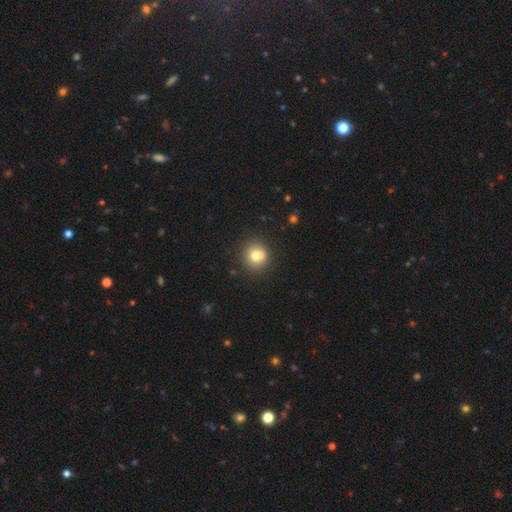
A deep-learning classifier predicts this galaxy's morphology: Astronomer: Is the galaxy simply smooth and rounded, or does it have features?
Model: smooth — 75%.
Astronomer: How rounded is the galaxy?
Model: round — 88%.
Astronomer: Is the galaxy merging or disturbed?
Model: none — 71%.